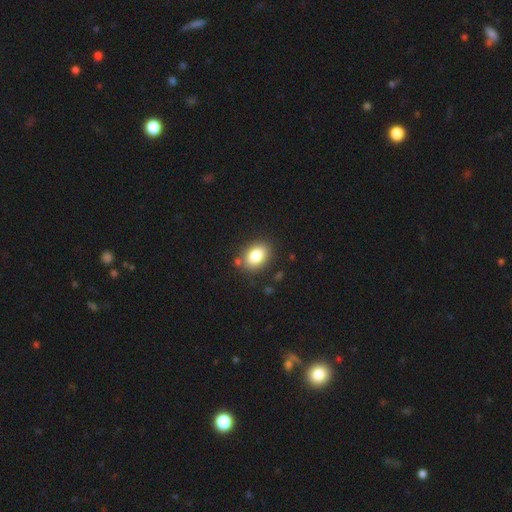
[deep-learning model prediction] Overall: smooth (82%). How rounded: in between (73%). Merging: none (83%).